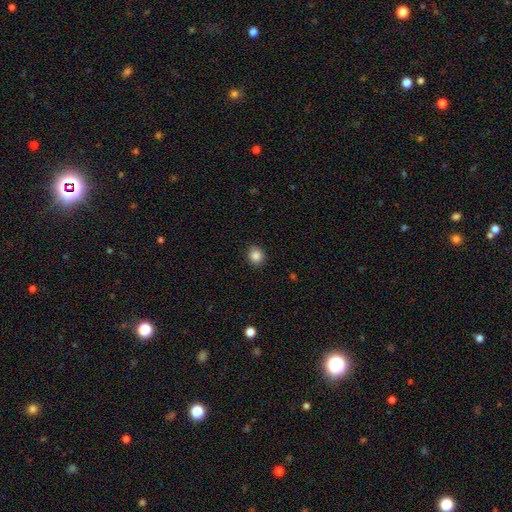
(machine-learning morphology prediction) Smooth or featured? Predicted: smooth (p=0.86). How rounded? Predicted: round (p=0.74). Merging? Predicted: none (p=0.89).